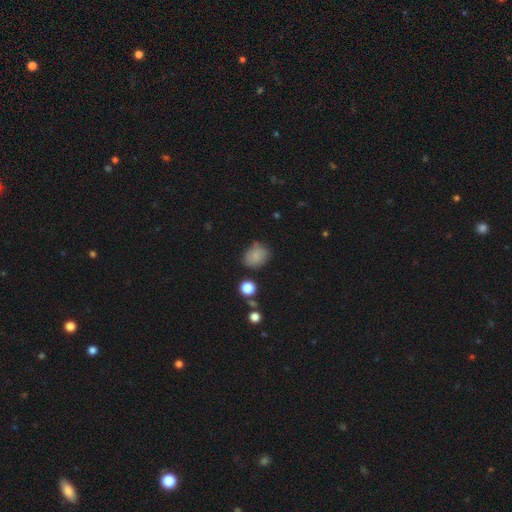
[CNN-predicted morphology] Smooth or featured? smooth (82%)
How rounded? in between (54%)
Merging? none (69%)